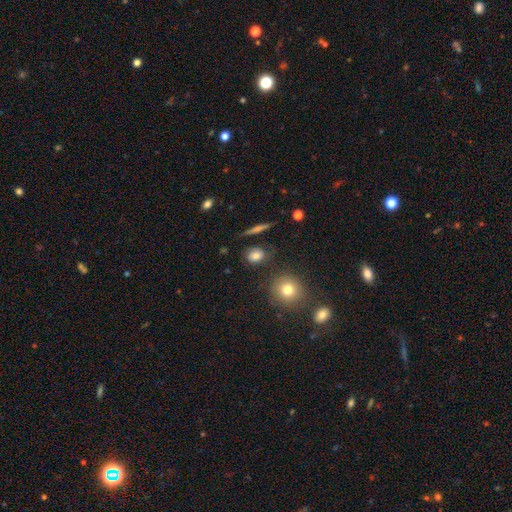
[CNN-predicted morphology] Smooth or featured: smooth — 77% (star or artifact — 12%)
How rounded: round — 55% (in between — 42%)
Merging: none — 80% (minor disturbance — 12%)